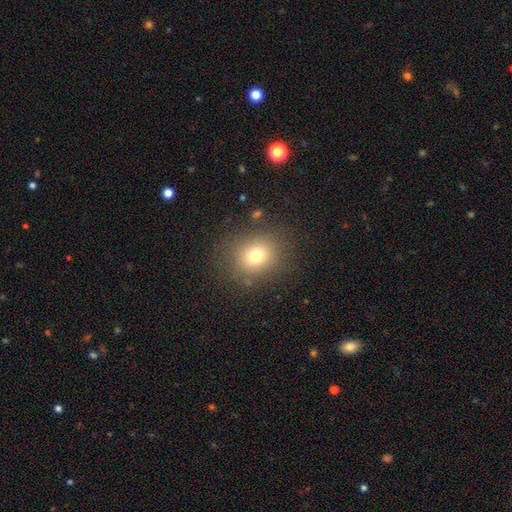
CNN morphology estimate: smooth_or_featured: smooth (p=0.74) [alt: star or artifact p=0.15]
how_rounded: round (p=0.72) [alt: in between p=0.27]
merging: none (p=0.82) [alt: minor disturbance p=0.10]